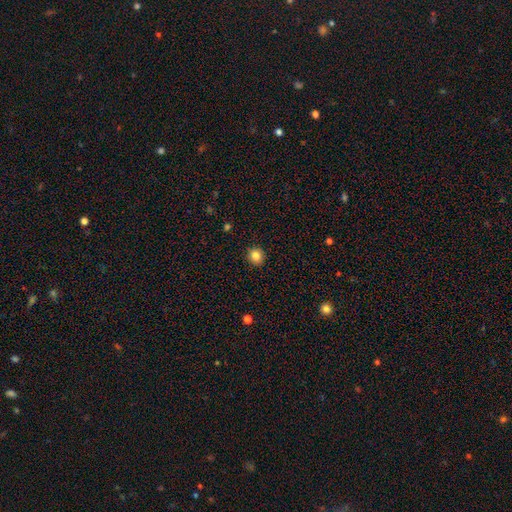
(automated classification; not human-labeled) A smooth galaxy with no disk features (83%) that is round (88%). Merging: none (92%).